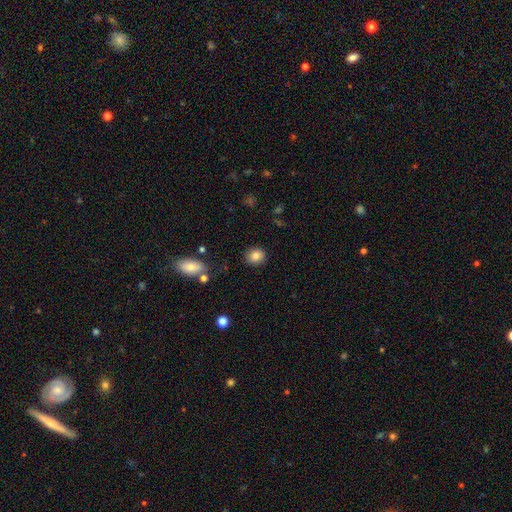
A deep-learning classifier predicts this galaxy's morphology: type=smooth (84%); roundness=round (76%); merging=none (87%).